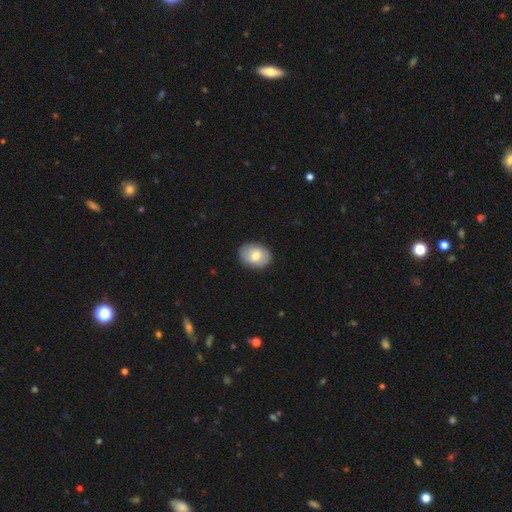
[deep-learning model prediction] A smooth galaxy with no disk features (74%) that is in between round and cigar-shaped (70%).

Vote fractions:
- Smooth or featured? smooth: 74% / featured or disk: 19% / star or artifact: 7%
- How rounded? in between: 70% / round: 29% / cigar-shaped: 1%
- Merging? none: 87% / minor disturbance: 10% / major disturbance: 2% / merger: 1%